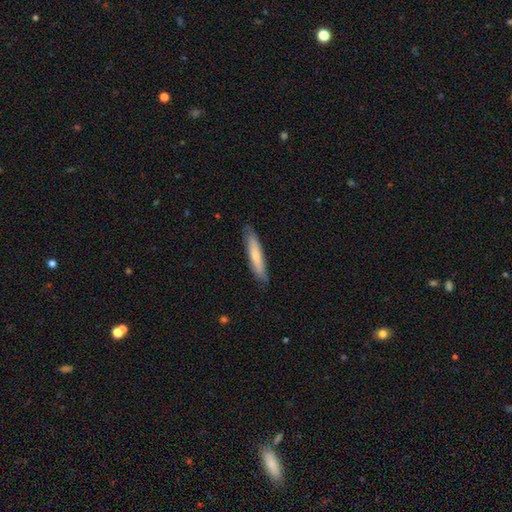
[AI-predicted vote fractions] Smooth or featured? smooth (65%)
How rounded? cigar-shaped (89%)
Merging? none (85%)